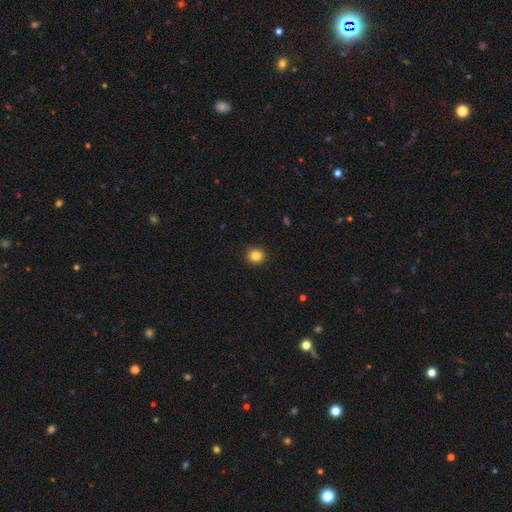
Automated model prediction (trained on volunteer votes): Smooth or featured? smooth (85%)
How rounded? round (85%)
Merging? none (91%)